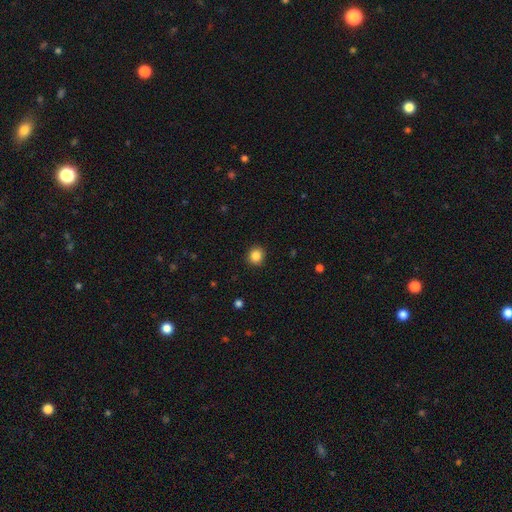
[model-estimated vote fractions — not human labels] Overall: smooth (86%). How rounded: round (90%). Merging: none (91%).